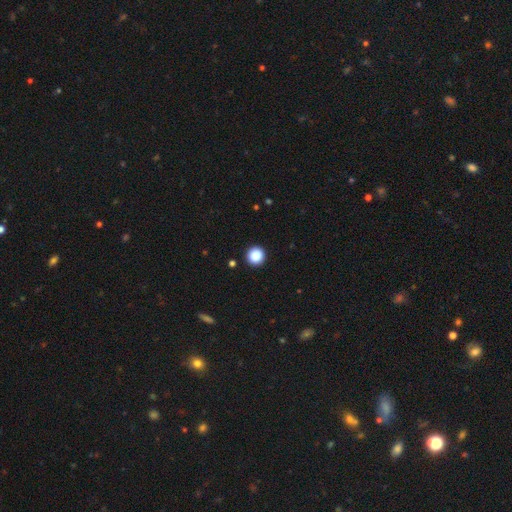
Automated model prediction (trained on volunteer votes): smooth-or-featured: smooth: 87% | star or artifact: 10% | featured or disk: 3%
  how-rounded: round: 96% | in between: 3% | cigar-shaped: 1%
  merging: none: 93% | minor disturbance: 4% | major disturbance: 2% | merger: 1%